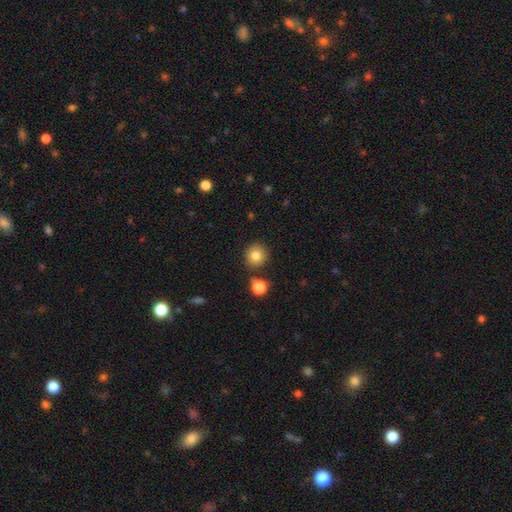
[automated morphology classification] Overall: smooth (83%). How rounded: round (92%). Merging: none (82%).